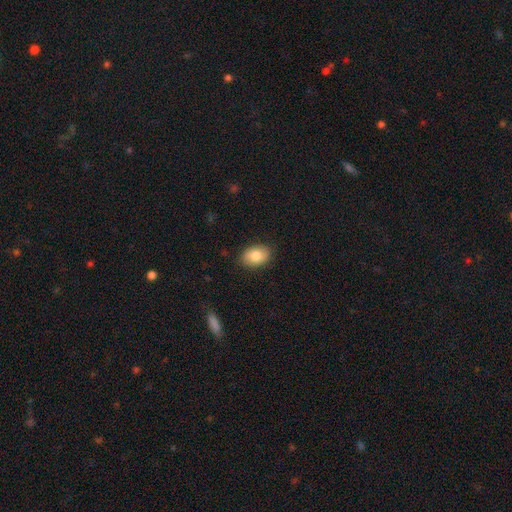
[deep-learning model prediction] This appears to be a smooth galaxy with no disk features (82%) that is in between round and cigar-shaped (82%). Merging: none (86%).